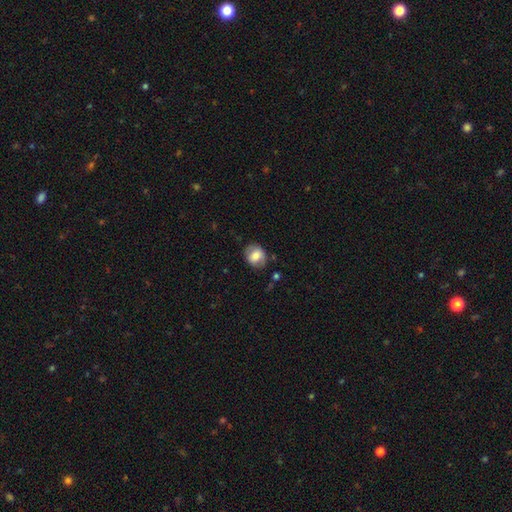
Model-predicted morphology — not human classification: Smooth or featured? Predicted: smooth (p=0.67). How rounded? Predicted: round (p=0.62). Merging? Predicted: none (p=0.75).